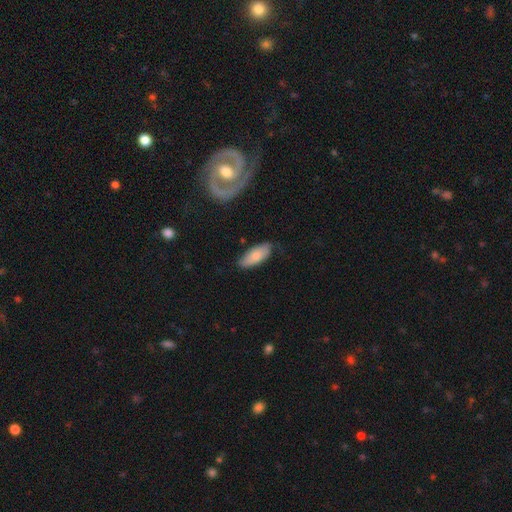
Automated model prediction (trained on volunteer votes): Overall: smooth (75%). How rounded: in between (84%). Merging: none (73%).